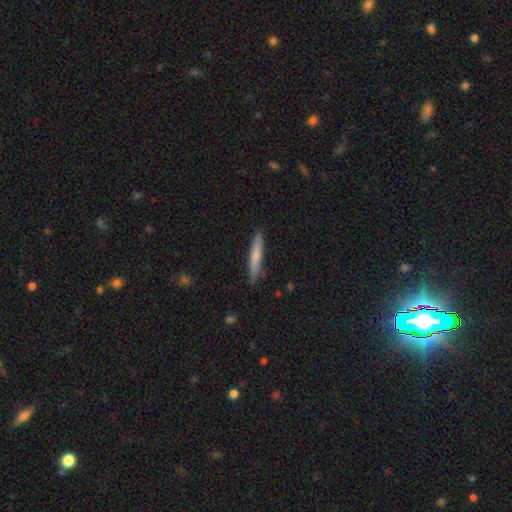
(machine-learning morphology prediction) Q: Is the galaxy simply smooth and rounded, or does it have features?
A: smooth — 72%.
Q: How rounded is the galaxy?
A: cigar-shaped — 93%.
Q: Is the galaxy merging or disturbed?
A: none — 87%.